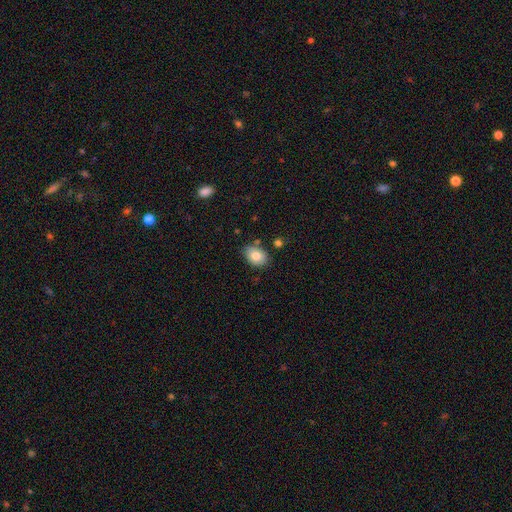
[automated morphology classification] Smooth or featured? smooth (79%)
How rounded? in between (71%)
Merging? none (77%)